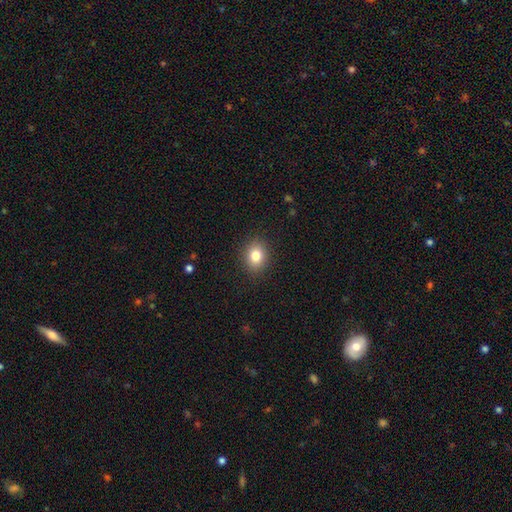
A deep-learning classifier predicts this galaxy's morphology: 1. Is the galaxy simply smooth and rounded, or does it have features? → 81% smooth, 11% star or artifact, 8% featured or disk.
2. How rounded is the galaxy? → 55% round, 44% in between, 1% cigar-shaped.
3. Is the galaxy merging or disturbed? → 89% none, 7% minor disturbance, 2% major disturbance, 1% merger.